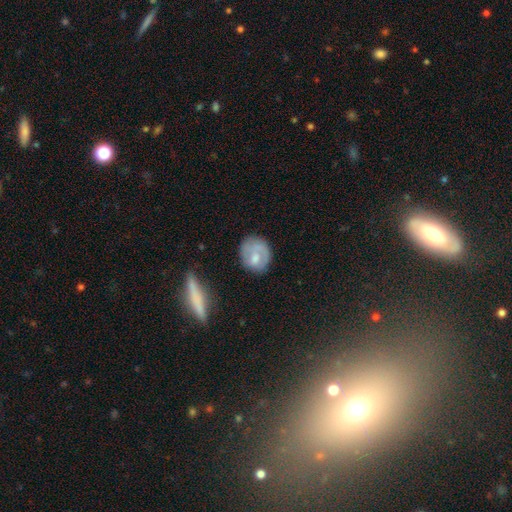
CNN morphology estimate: Q: Smooth or featured?
A: smooth (59%); runner-up: featured or disk (34%)
Q: How rounded?
A: round (72%); runner-up: in between (27%)
Q: Merging?
A: none (67%); runner-up: minor disturbance (22%)